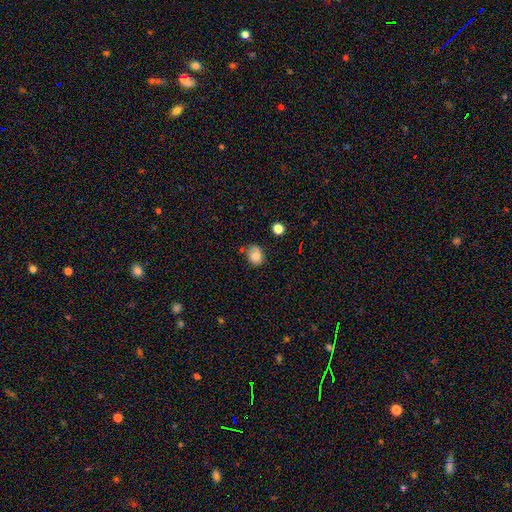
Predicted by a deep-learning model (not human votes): Q: Smooth or featured?
A: smooth (80%); runner-up: star or artifact (10%)
Q: How rounded?
A: in between (51%); runner-up: round (48%)
Q: Merging?
A: none (61%); runner-up: minor disturbance (27%)